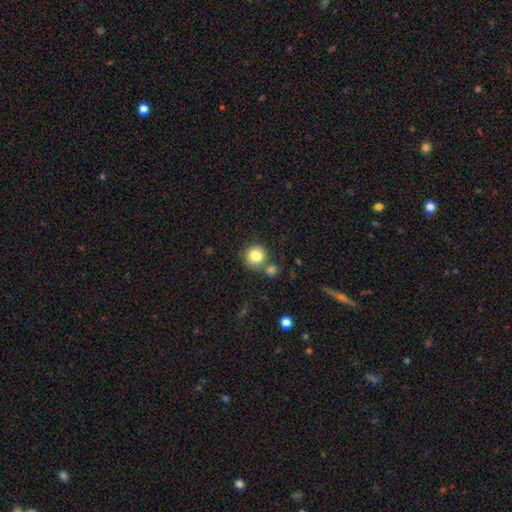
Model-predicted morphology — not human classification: smooth_or_featured: smooth (p=0.83) [alt: star or artifact p=0.09]
how_rounded: round (p=0.92) [alt: in between p=0.07]
merging: none (p=0.68) [alt: merger p=0.19]